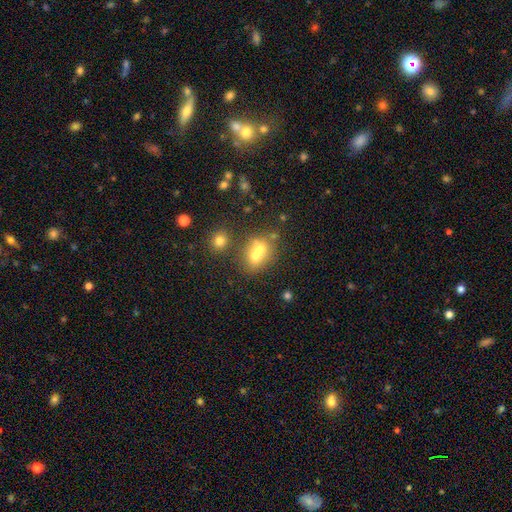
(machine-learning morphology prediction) Overall: smooth (62%; featured or disk 23%). How rounded: round (59%; in between 40%). Merging: merger (57%; none 32%).